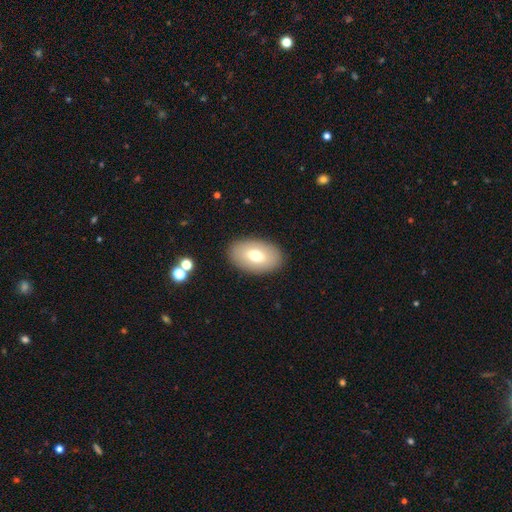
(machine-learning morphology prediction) Smooth or featured? Predicted: smooth (p=0.68). How rounded? Predicted: in between (p=0.92). Merging? Predicted: none (p=0.88).